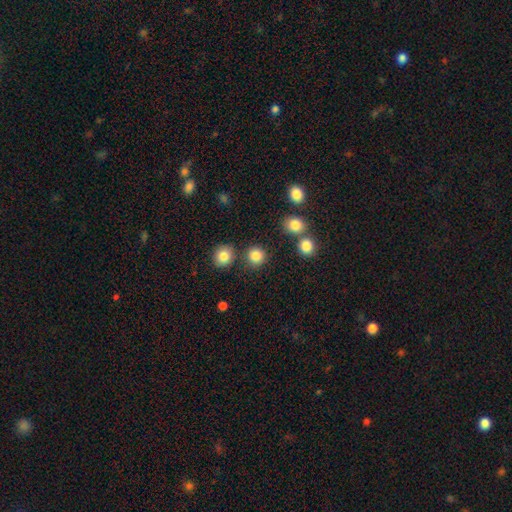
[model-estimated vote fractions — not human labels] Morphology: type=smooth (84%); roundness=round (92%); merging=none (85%).